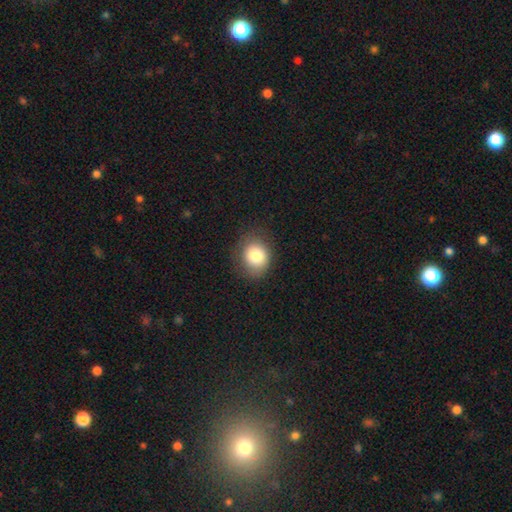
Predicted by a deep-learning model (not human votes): Q: Smooth or featured?
A: smooth (82%); runner-up: star or artifact (9%)
Q: How rounded?
A: round (64%); runner-up: in between (36%)
Q: Merging?
A: none (81%); runner-up: minor disturbance (14%)